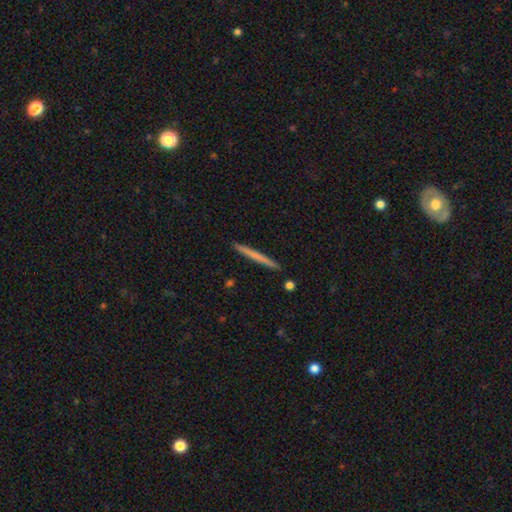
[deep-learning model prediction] smooth-or-featured: smooth: 60% | featured or disk: 35% | star or artifact: 5%
  how-rounded: cigar-shaped: 97% | in between: 2% | round: 1%
  merging: none: 92% | minor disturbance: 5% | merger: 1% | major disturbance: 1%